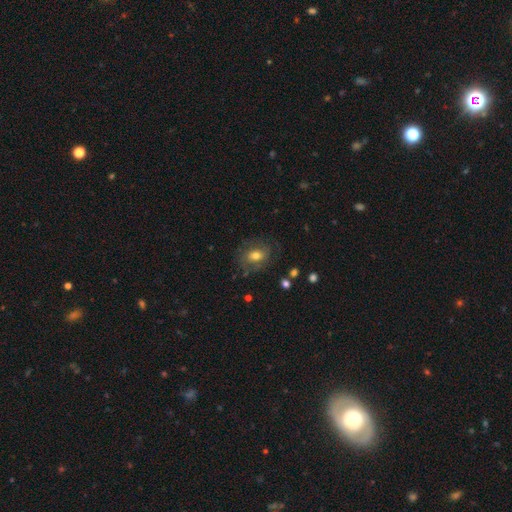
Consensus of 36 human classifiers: Smooth or featured: smooth — 61% (featured or disk — 33%)
How rounded: in between — 64% (round — 36%)
Merging: none — 59% (minor disturbance — 29%)